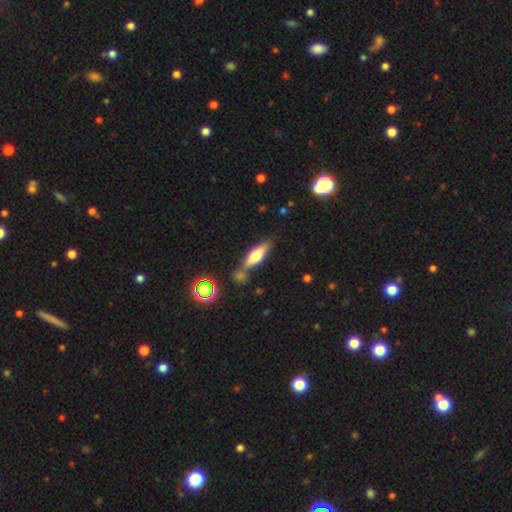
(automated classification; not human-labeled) Q: Smooth or featured?
A: smooth (55%); runner-up: featured or disk (36%)
Q: How rounded?
A: cigar-shaped (51%); runner-up: in between (46%)
Q: Merging?
A: none (67%); runner-up: merger (15%)